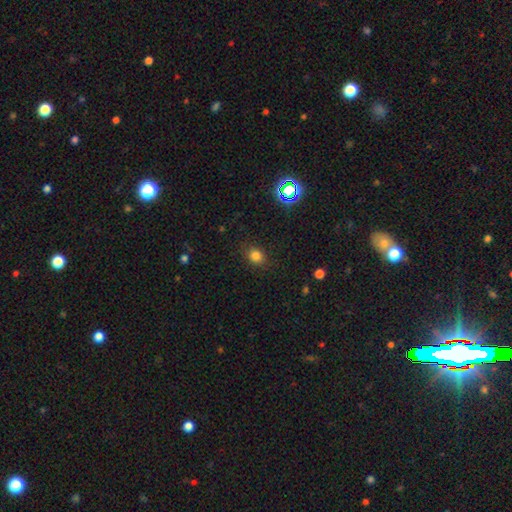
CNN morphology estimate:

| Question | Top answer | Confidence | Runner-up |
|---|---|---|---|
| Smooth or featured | smooth | 79% | star or artifact (16%) |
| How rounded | round | 61% | in between (38%) |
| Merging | none | 85% | minor disturbance (11%) |